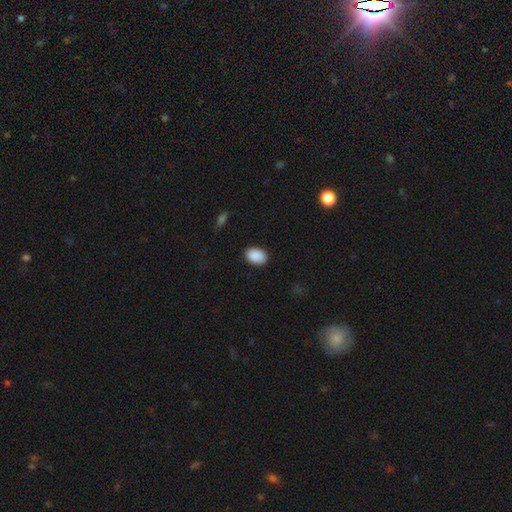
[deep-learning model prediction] smooth_or_featured: smooth (p=0.91) [alt: star or artifact p=0.07]
how_rounded: in between (p=0.84) [alt: round p=0.15]
merging: none (p=0.88) [alt: minor disturbance p=0.08]